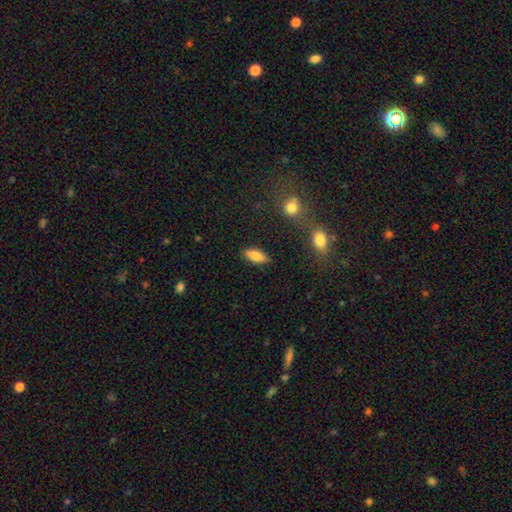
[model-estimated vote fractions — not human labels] This appears to be a smooth galaxy with no disk features (78%) that is in between round and cigar-shaped (74%). Merging: none (86%).